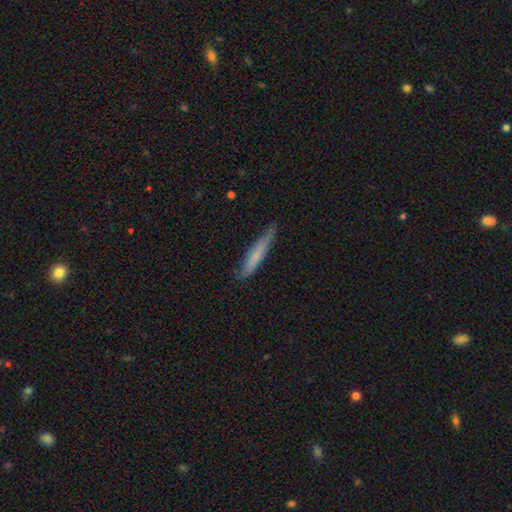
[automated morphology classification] A smooth galaxy with no disk features (68%) that is cigar-shaped (93%).

Vote fractions:
- Smooth or featured? smooth: 68% / featured or disk: 26% / star or artifact: 6%
- How rounded? cigar-shaped: 93% / in between: 6% / round: 1%
- Merging? none: 74% / minor disturbance: 21% / major disturbance: 3% / merger: 2%